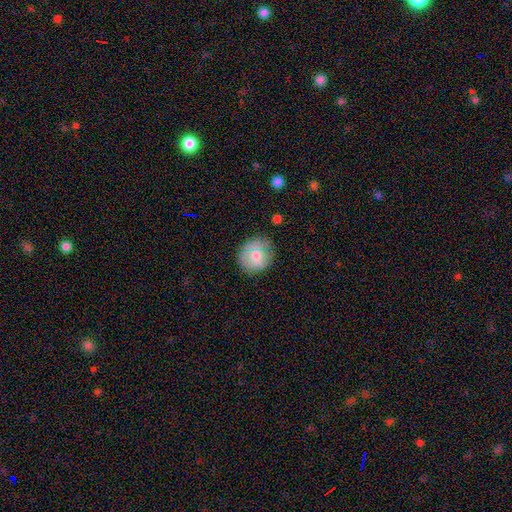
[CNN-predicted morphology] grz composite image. It shows a smooth galaxy with no disk features (67%) that is round (83%). Merging: none (74%).